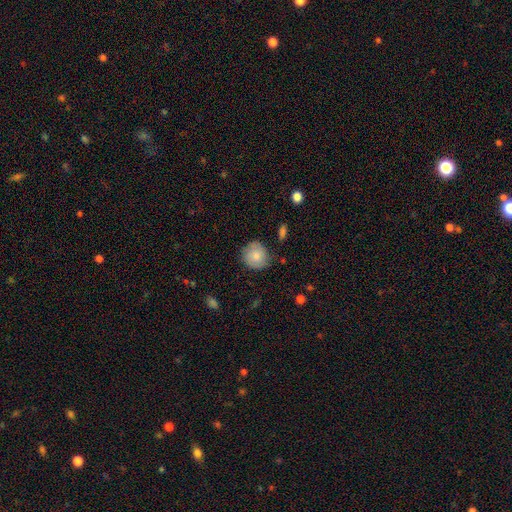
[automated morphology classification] Q: Smooth or featured?
A: smooth (73%); runner-up: featured or disk (20%)
Q: How rounded?
A: round (88%); runner-up: in between (11%)
Q: Merging?
A: none (75%); runner-up: minor disturbance (19%)